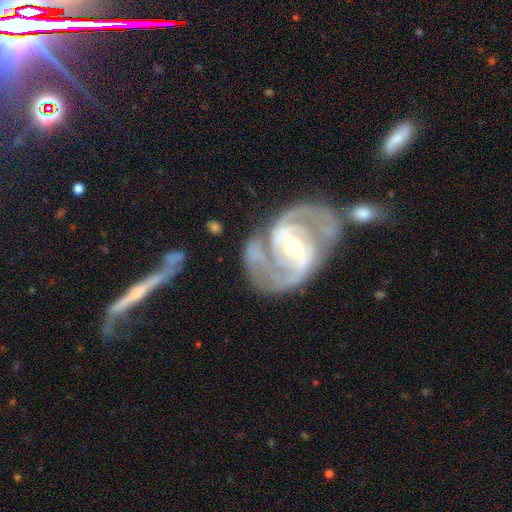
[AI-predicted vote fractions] A featured or disk galaxy (84%) with a weak bar (39%), 2 (65%) medium (48%) spiral arms (93%) and a small central bulge (48%). Merging: none (47%).